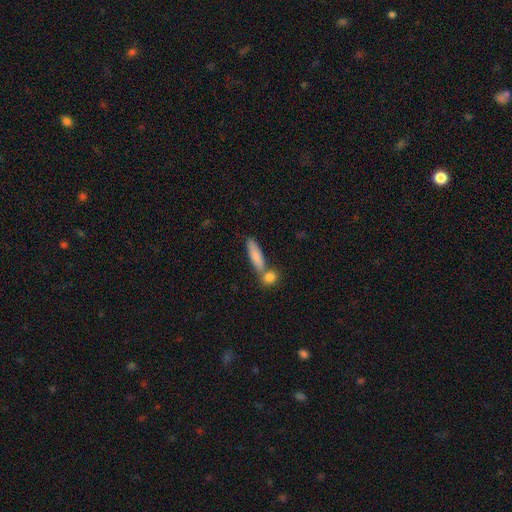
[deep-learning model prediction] Overall: smooth (81%). How rounded: cigar-shaped (63%; in between 34%). Merging: none (56%; merger 29%).